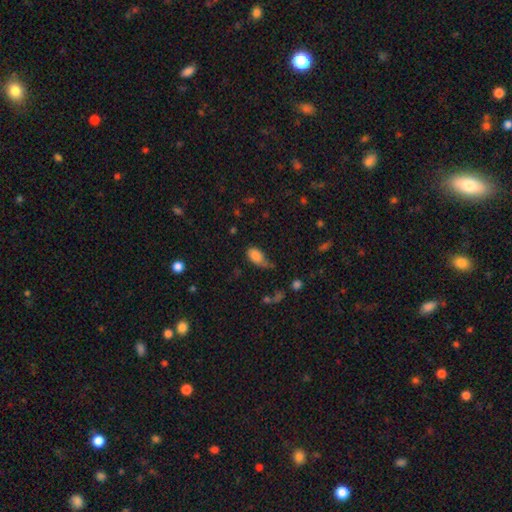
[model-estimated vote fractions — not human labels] This is clearly a smooth galaxy (82%). How rounded: clearly in between (90%). Merging: marginally minor disturbance (40%).